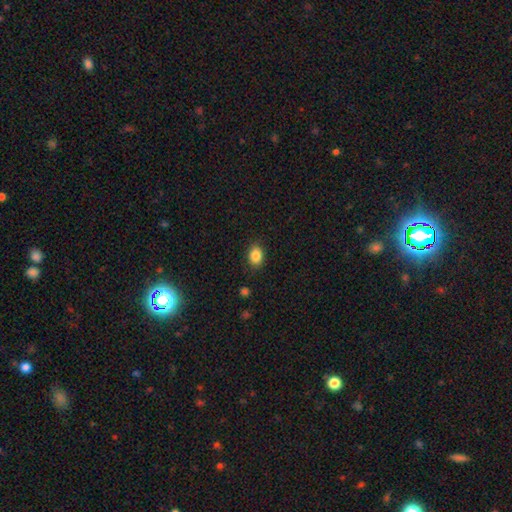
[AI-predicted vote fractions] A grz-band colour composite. It shows a smooth galaxy with no disk features (86%) that is in between round and cigar-shaped (69%). Merging: none (85%).